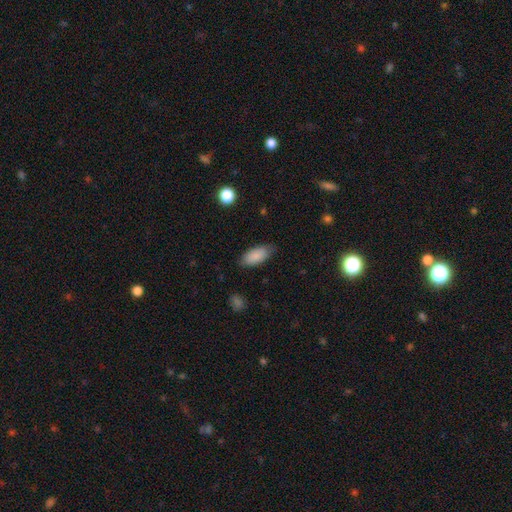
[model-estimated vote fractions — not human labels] Smooth or featured? Predicted: smooth (p=0.88). How rounded? Predicted: in between (p=0.89). Merging? Predicted: none (p=0.79).